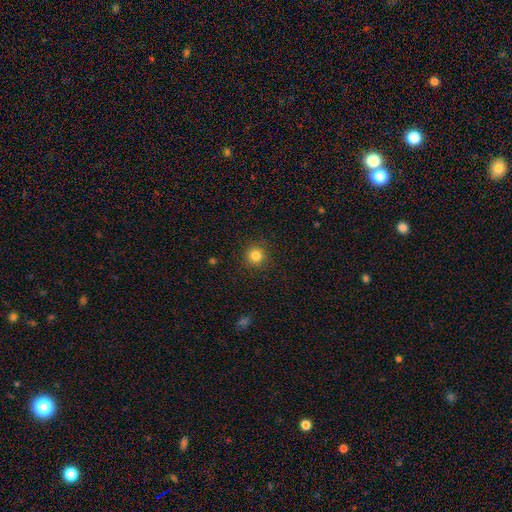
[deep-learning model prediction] Smooth or featured: smooth — 83% (star or artifact — 13%)
How rounded: round — 94% (in between — 6%)
Merging: none — 90% (minor disturbance — 7%)